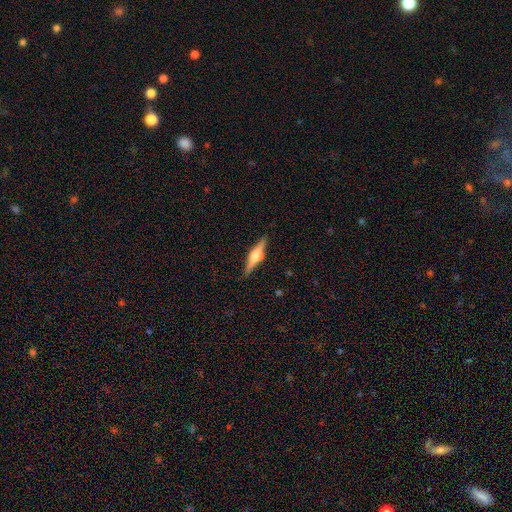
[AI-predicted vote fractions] Q: Smooth or featured?
A: featured or disk (74%); runner-up: smooth (19%)
Q: Edge-on disk?
A: yes (98%); runner-up: no (2%)
Q: Edge-on bulge?
A: rounded (87%); runner-up: boxy (11%)
Q: Merging?
A: none (88%); runner-up: minor disturbance (8%)